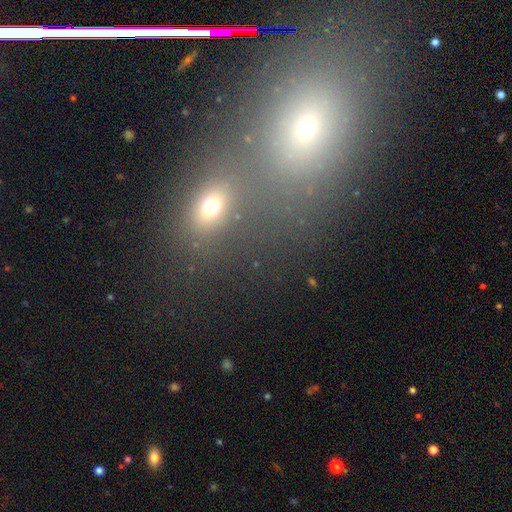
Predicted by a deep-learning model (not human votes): This is marginally a smooth galaxy (44%). Merging: possibly none (47%).